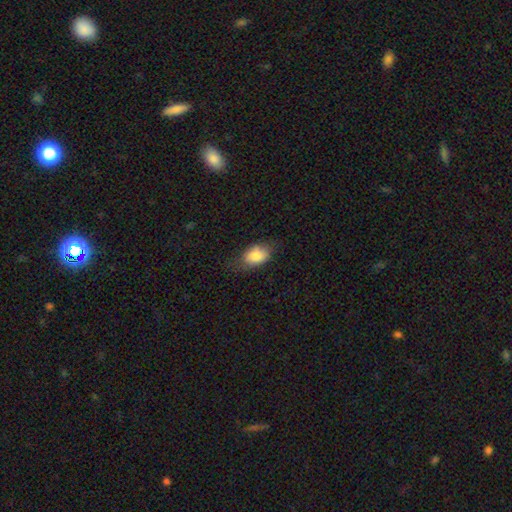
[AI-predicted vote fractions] smooth-or-featured: smooth: 83% | featured or disk: 10% | star or artifact: 7%
  how-rounded: in between: 85% | round: 13% | cigar-shaped: 2%
  merging: none: 64% | minor disturbance: 27% | major disturbance: 8% | merger: 1%